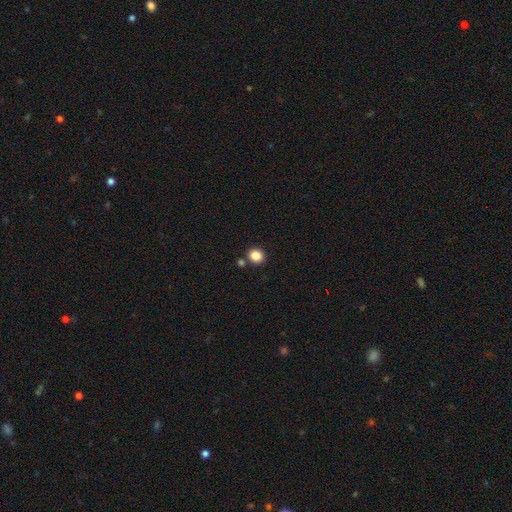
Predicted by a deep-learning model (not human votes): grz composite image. It shows a smooth galaxy with no disk features (85%) that is round (81%). Merging: none (82%).